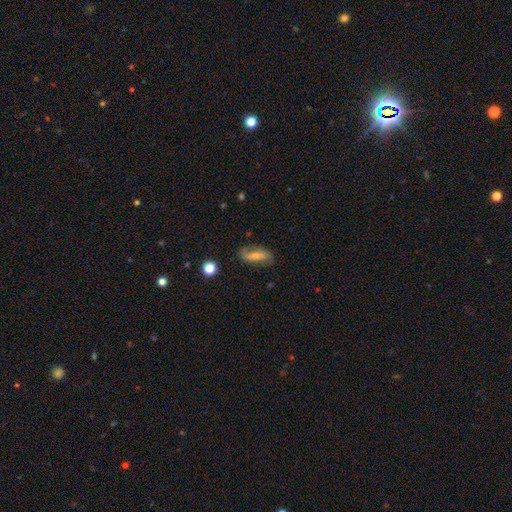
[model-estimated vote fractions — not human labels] A smooth galaxy with no disk features (48%). Merging: none (69%).